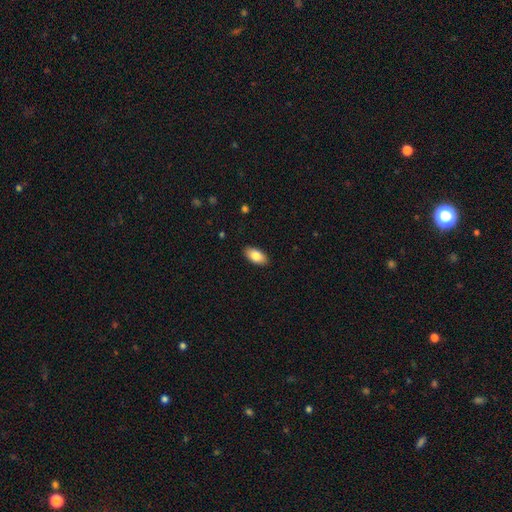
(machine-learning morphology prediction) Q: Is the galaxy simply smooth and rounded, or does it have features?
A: smooth — 84%.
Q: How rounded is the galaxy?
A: in between — 94%.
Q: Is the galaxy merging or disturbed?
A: none — 89%.